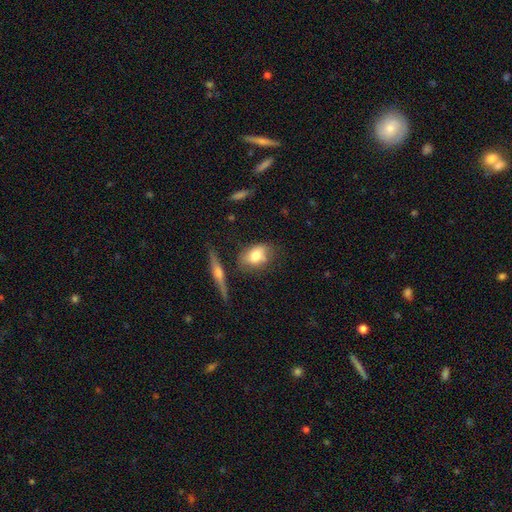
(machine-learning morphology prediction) Q: Smooth or featured?
A: smooth (69%); runner-up: featured or disk (22%)
Q: How rounded?
A: in between (74%); runner-up: round (21%)
Q: Merging?
A: none (59%); runner-up: minor disturbance (25%)